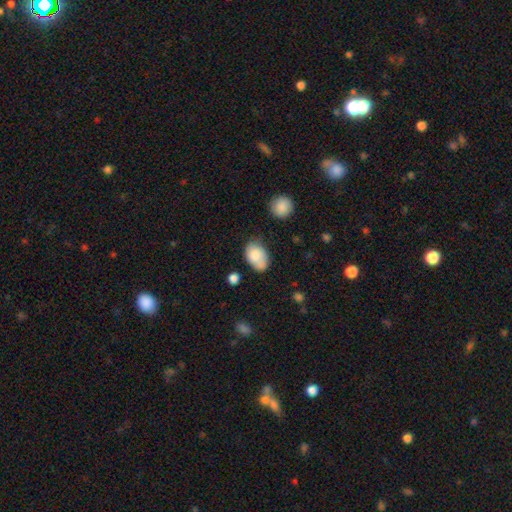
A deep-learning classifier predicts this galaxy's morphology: Overall: smooth (80%). How rounded: in between (85%). Merging: none (54%; minor disturbance 28%).